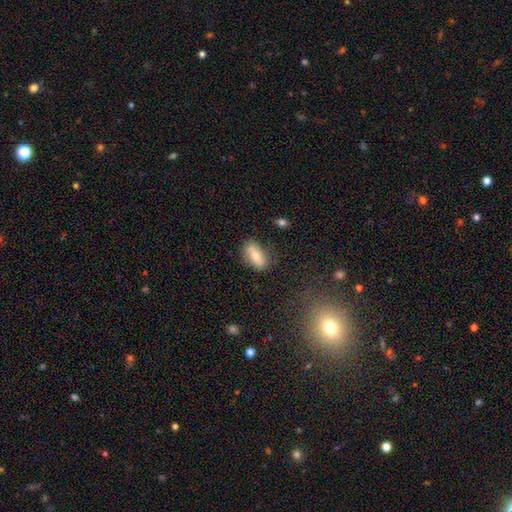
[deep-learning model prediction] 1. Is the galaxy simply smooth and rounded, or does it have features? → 69% smooth, 24% featured or disk, 7% star or artifact.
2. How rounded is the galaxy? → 85% in between, 10% cigar-shaped, 5% round.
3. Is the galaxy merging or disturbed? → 76% none, 17% minor disturbance, 5% major disturbance, 3% merger.